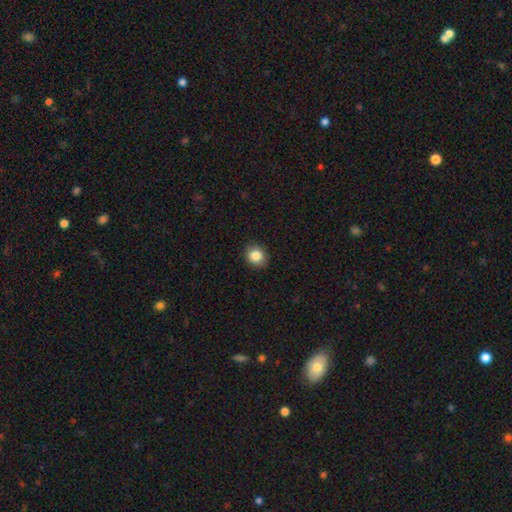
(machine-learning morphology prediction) A smooth galaxy with no disk features (85%) that is round (81%).

Vote fractions:
- Smooth or featured? smooth: 85% / star or artifact: 10% / featured or disk: 5%
- How rounded? round: 81% / in between: 18% / cigar-shaped: 1%
- Merging? none: 91% / minor disturbance: 6% / major disturbance: 2% / merger: 1%